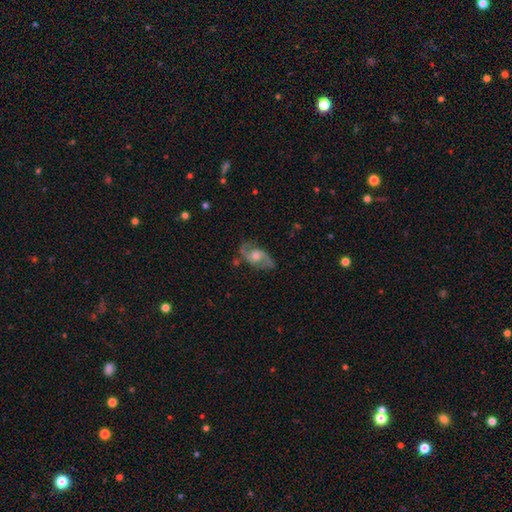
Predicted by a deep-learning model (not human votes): Overall: featured or disk (82%). Edge-on disk: no (95%). Bar: no (59%; weak 35%). Spiral arms: yes (94%). Spiral arm count: 2 (91%). Spiral winding: medium (47%; loose 41%). Bulge size: moderate (59%; small 20%). Merging: none (77%).